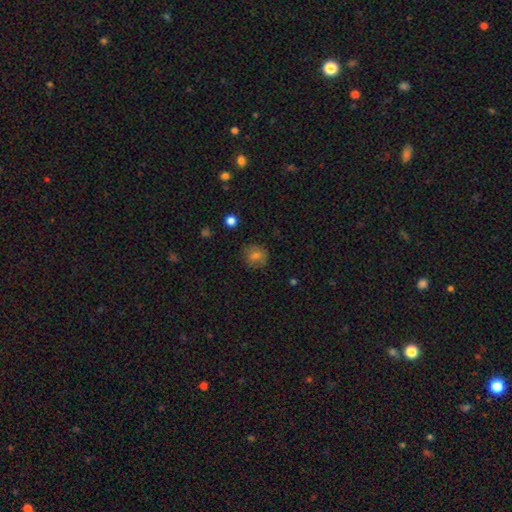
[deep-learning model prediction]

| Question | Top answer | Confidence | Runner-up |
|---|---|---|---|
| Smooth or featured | smooth | 73% | featured or disk (14%) |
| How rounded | round | 88% | in between (11%) |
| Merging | none | 83% | minor disturbance (13%) |